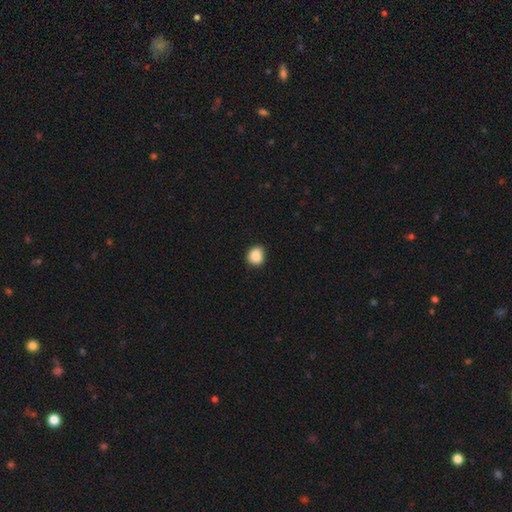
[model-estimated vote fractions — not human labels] smooth_or_featured: smooth (p=0.87) [alt: star or artifact p=0.09]
how_rounded: round (p=0.68) [alt: in between p=0.31]
merging: none (p=0.75) [alt: minor disturbance p=0.20]